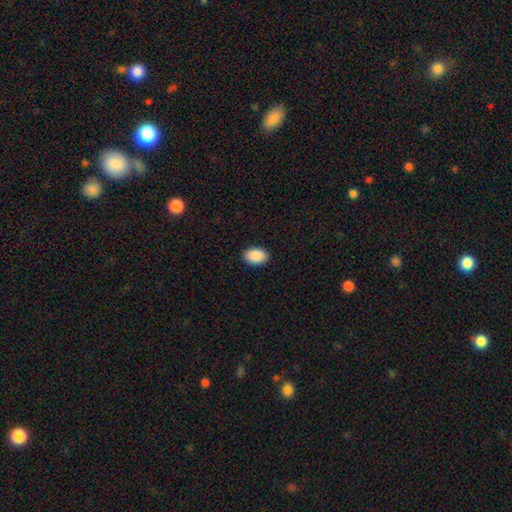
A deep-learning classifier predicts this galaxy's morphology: smooth-or-featured: smooth: 90% | star or artifact: 7% | featured or disk: 3%
  how-rounded: in between: 87% | round: 12% | cigar-shaped: 1%
  merging: none: 90% | minor disturbance: 7% | major disturbance: 2% | merger: 1%